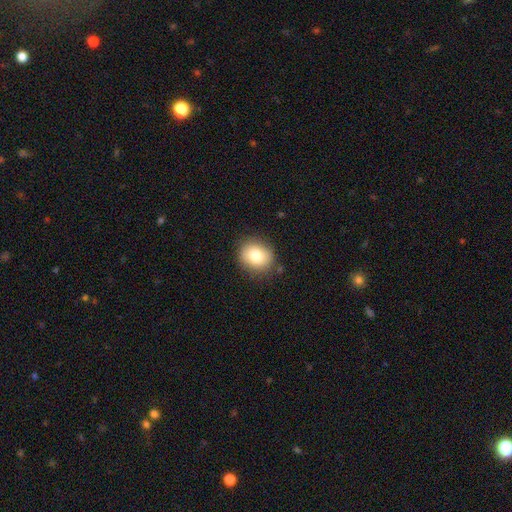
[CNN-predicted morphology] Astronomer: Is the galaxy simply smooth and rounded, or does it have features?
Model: smooth — 81%.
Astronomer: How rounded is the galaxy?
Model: round — 68%.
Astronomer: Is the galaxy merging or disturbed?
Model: none — 85%.